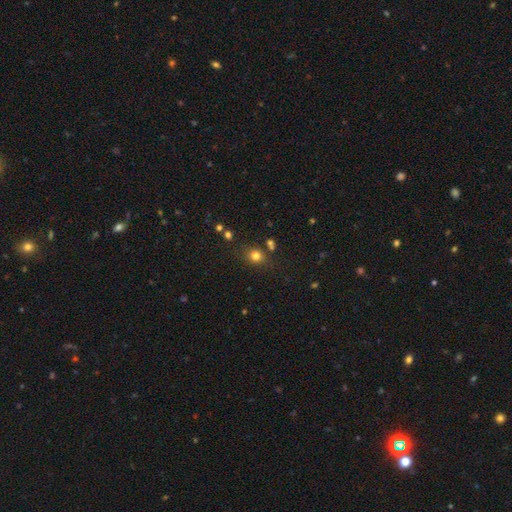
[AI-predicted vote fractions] Q: Smooth or featured?
A: smooth (79%); runner-up: star or artifact (15%)
Q: How rounded?
A: round (72%); runner-up: in between (27%)
Q: Merging?
A: none (75%); runner-up: minor disturbance (13%)